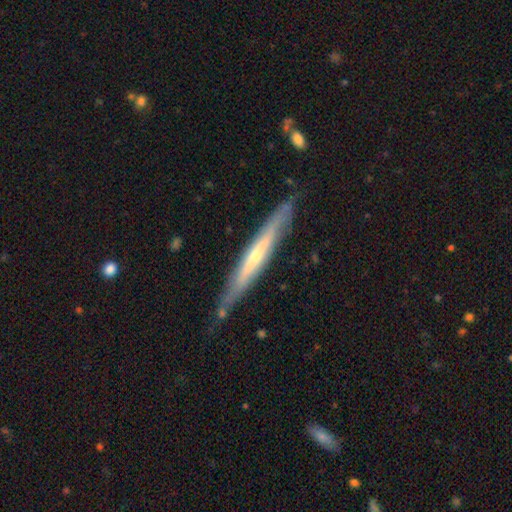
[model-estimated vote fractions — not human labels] A featured or disk galaxy (67%) viewed edge-on (91%) with a rounded central bulge (52%). Merging: none (80%).